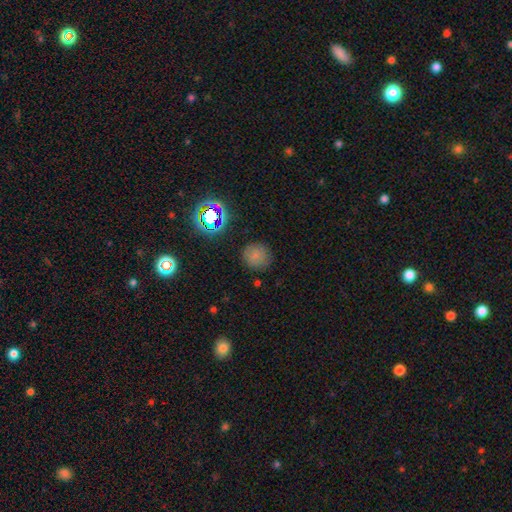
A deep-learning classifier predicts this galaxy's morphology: smooth_or_featured: smooth (p=0.74) [alt: star or artifact p=0.19]
how_rounded: round (p=0.91) [alt: in between p=0.08]
merging: none (p=0.85) [alt: minor disturbance p=0.10]